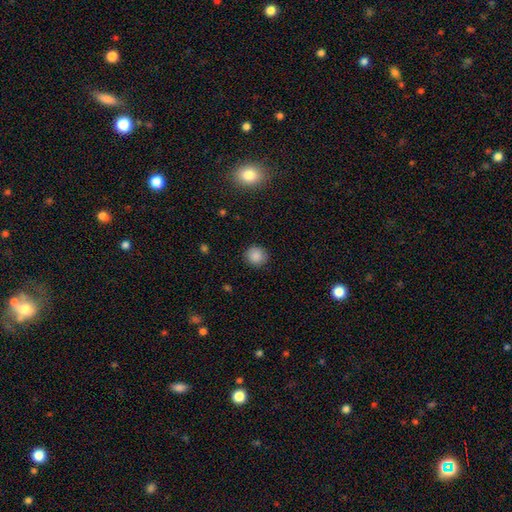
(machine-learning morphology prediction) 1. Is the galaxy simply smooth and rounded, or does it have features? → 86% smooth, 10% star or artifact, 4% featured or disk.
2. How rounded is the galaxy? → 90% round, 9% in between, 1% cigar-shaped.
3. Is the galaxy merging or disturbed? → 89% none, 8% minor disturbance, 2% major disturbance, 1% merger.